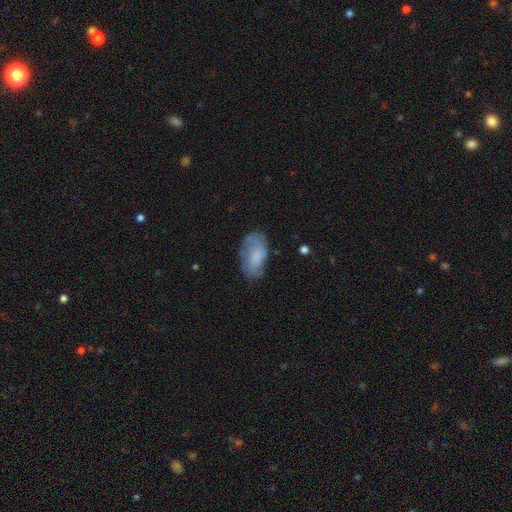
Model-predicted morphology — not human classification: Smooth or featured: smooth — 63% (featured or disk — 29%)
How rounded: in between — 93% (round — 4%)
Merging: none — 60% (minor disturbance — 27%)